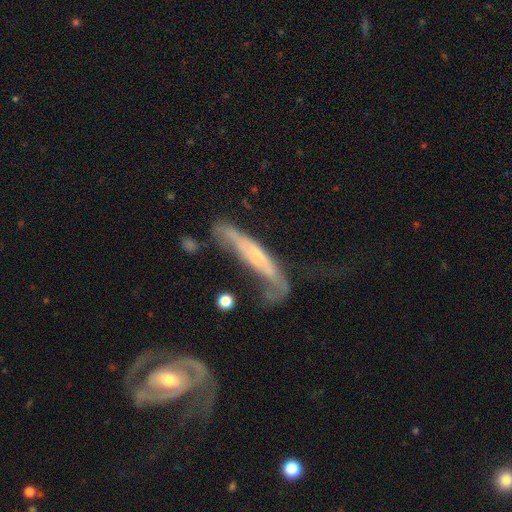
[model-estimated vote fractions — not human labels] Morphology: type=featured or disk (57%); edge-on=yes (59%); merging=major disturbance (40%).